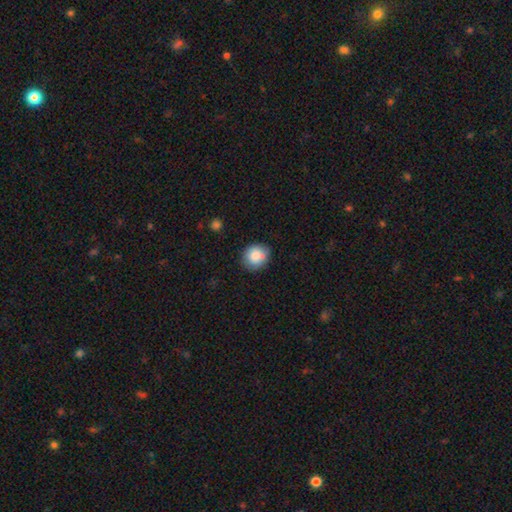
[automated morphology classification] Smooth or featured? smooth (82%)
How rounded? round (76%)
Merging? none (72%)